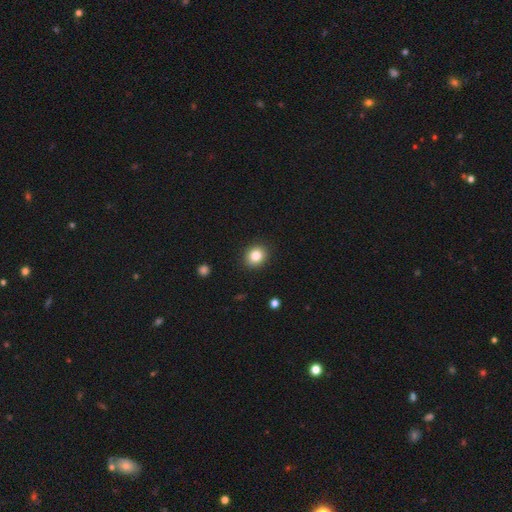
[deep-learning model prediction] Q: Smooth or featured?
A: smooth (84%); runner-up: star or artifact (10%)
Q: How rounded?
A: round (64%); runner-up: in between (35%)
Q: Merging?
A: none (90%); runner-up: minor disturbance (7%)